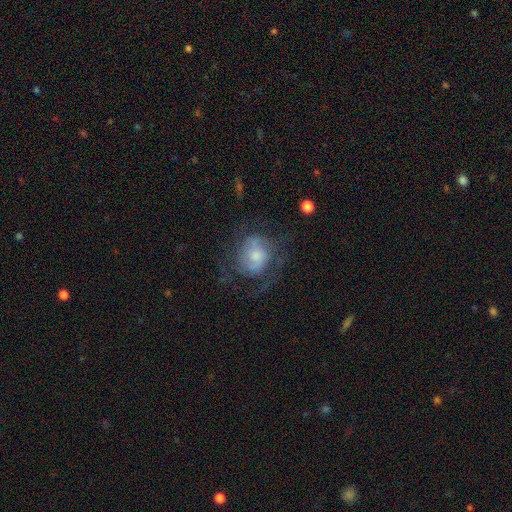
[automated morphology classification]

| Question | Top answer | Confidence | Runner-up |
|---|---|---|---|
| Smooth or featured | featured or disk | 58% | smooth (33%) |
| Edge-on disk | no | 97% | yes (3%) |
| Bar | no | 68% | weak (28%) |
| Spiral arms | yes | 76% | no (24%) |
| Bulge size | moderate | 42% | small (32%) |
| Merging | none | 55% | major disturbance (25%) |